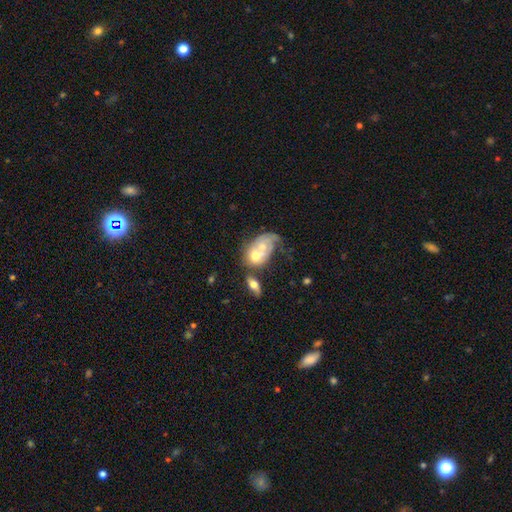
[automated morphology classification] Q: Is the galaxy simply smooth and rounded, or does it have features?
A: smooth — 46%, tied with featured or disk.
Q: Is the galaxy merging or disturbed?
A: merger — 66%.